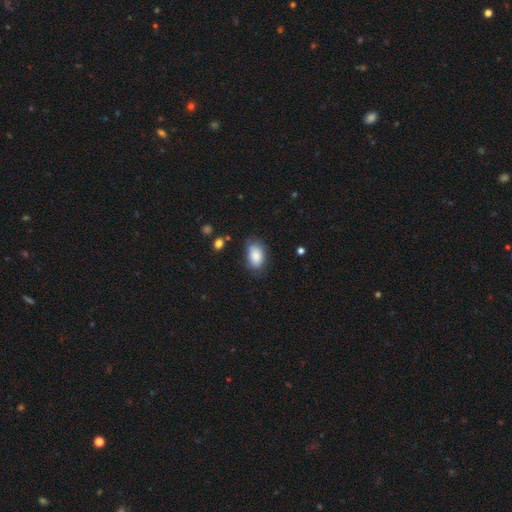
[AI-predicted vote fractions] Smooth or featured?
  - smooth: 86% *
  - star or artifact: 7%
  - featured or disk: 7%
How rounded?
  - in between: 90% *
  - round: 8%
  - cigar-shaped: 1%
Merging?
  - none: 71% *
  - minor disturbance: 21%
  - major disturbance: 6%
  - merger: 2%